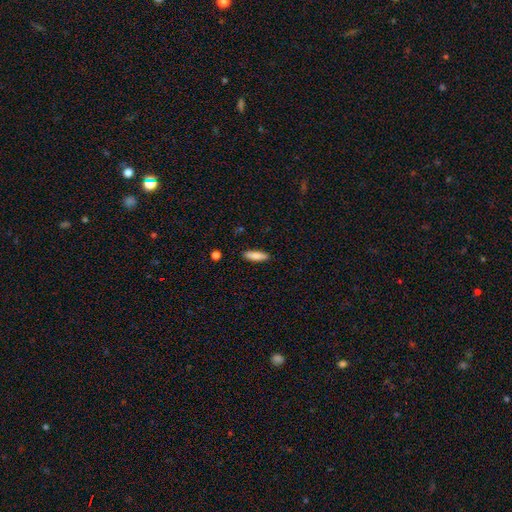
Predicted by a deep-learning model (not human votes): A smooth galaxy with no disk features (85%) that is cigar-shaped (61%).

Vote fractions:
- Smooth or featured? smooth: 85% / featured or disk: 9% / star or artifact: 6%
- How rounded? cigar-shaped: 61% / in between: 37% / round: 2%
- Merging? none: 89% / minor disturbance: 8% / major disturbance: 2% / merger: 1%